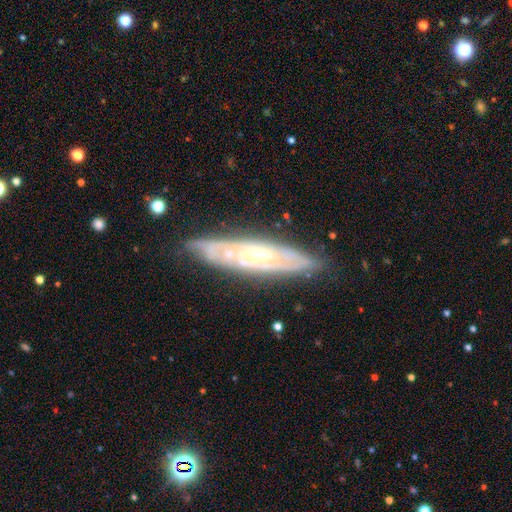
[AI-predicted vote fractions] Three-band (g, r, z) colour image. It shows a featured or disk galaxy (83%) with no bar (55%), spiral arms (87%) and a moderate central bulge (54%). Merging: none (80%).